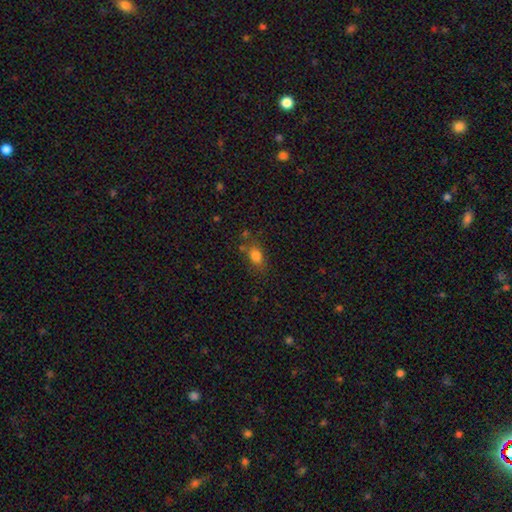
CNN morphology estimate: smooth-or-featured: smooth: 80% | star or artifact: 12% | featured or disk: 9%
  how-rounded: in between: 72% | round: 25% | cigar-shaped: 3%
  merging: none: 68% | minor disturbance: 18% | merger: 8% | major disturbance: 6%